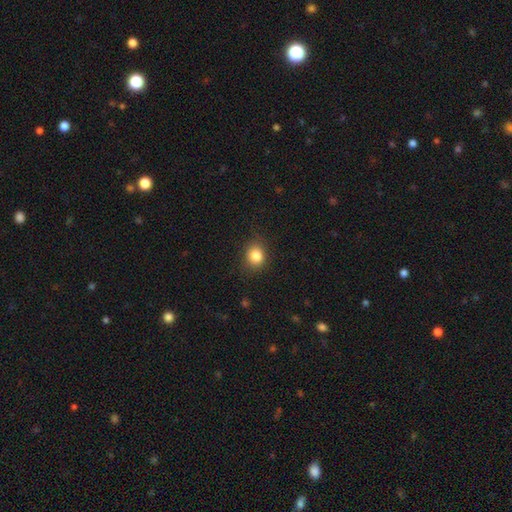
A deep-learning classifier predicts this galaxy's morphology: The model was most divided on "how rounded": round: 64%, in between: 35%, cigar-shaped: 1%. More confident: merging — none (85%); smooth or featured — smooth (84%).